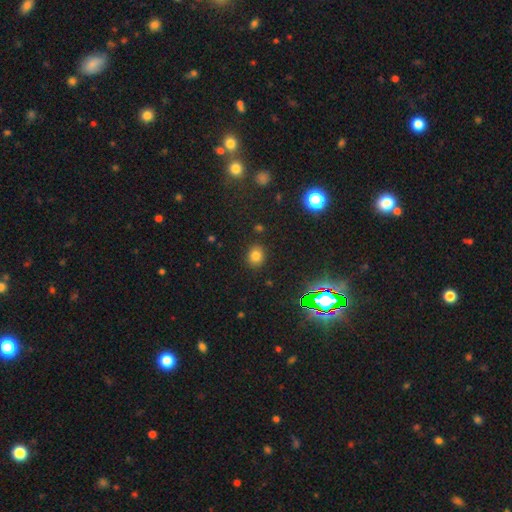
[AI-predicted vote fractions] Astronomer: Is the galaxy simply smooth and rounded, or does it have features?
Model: smooth — 77%.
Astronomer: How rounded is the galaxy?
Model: round — 66%.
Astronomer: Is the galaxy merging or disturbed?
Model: none — 87%.